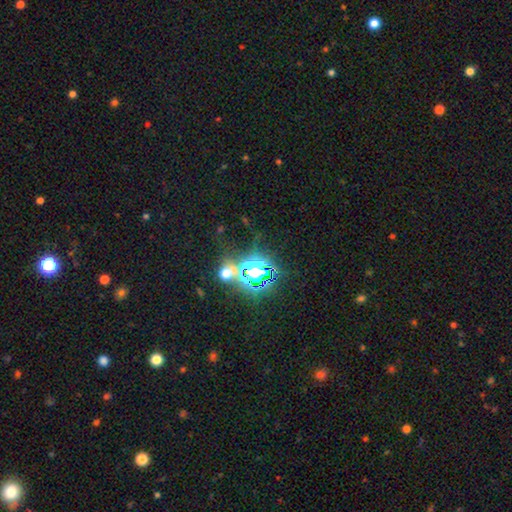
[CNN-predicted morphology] Q: Smooth or featured?
A: star or artifact (73%); runner-up: smooth (17%)